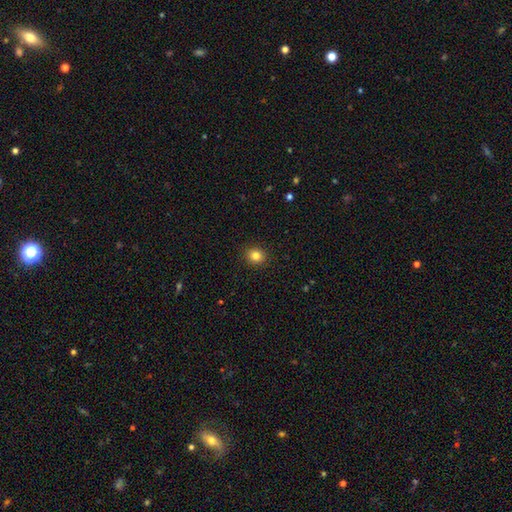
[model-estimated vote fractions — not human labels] Smooth or featured?
  - smooth: 83% *
  - star or artifact: 11%
  - featured or disk: 6%
How rounded?
  - round: 80% *
  - in between: 19%
  - cigar-shaped: 1%
Merging?
  - none: 91% *
  - minor disturbance: 6%
  - major disturbance: 2%
  - merger: 1%